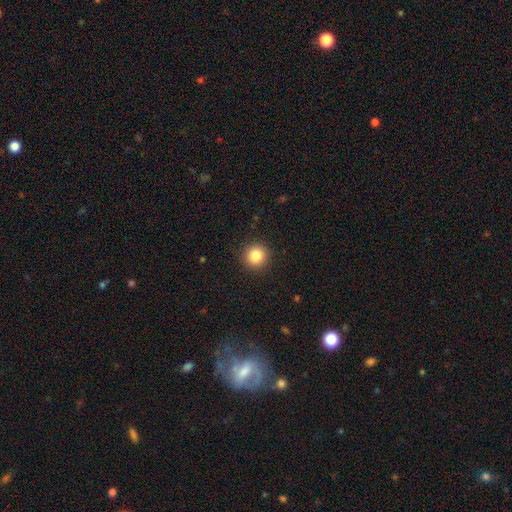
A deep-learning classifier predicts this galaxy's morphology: Smooth or featured? Predicted: smooth (p=0.84). How rounded? Predicted: round (p=0.94). Merging? Predicted: none (p=0.92).